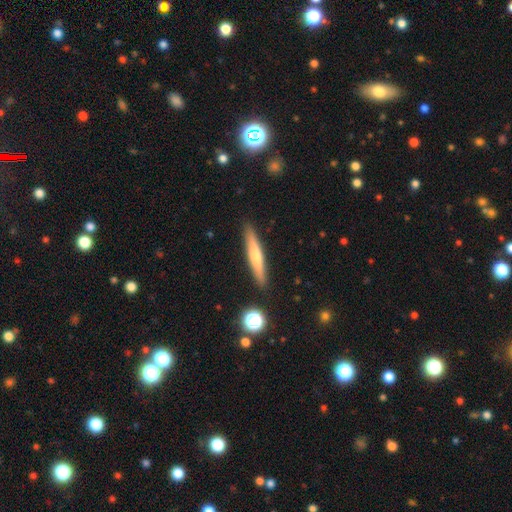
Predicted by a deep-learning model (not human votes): Smooth or featured? Predicted: featured or disk (p=0.47). Merging? Predicted: none (p=0.90).